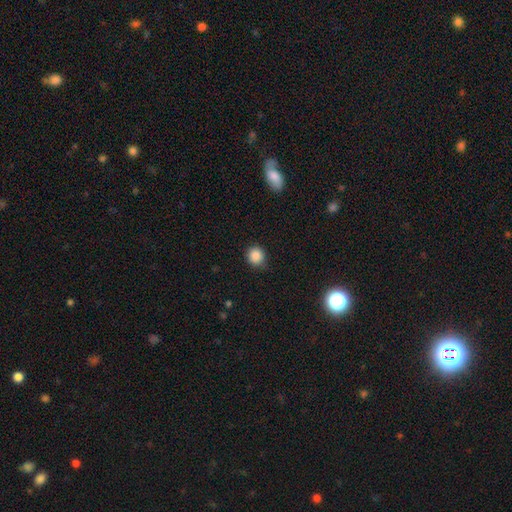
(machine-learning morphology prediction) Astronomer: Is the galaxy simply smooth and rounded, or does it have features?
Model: smooth — 87%.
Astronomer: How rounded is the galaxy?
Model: round — 86%.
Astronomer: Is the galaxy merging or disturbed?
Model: none — 83%.